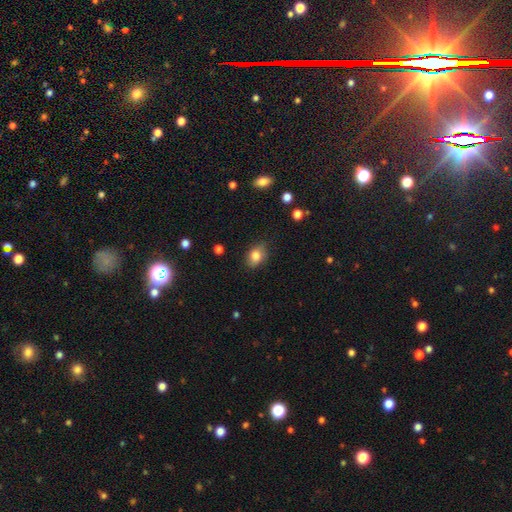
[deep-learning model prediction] A smooth galaxy with no disk features (83%) that is in between round and cigar-shaped (72%). Merging: none (78%).